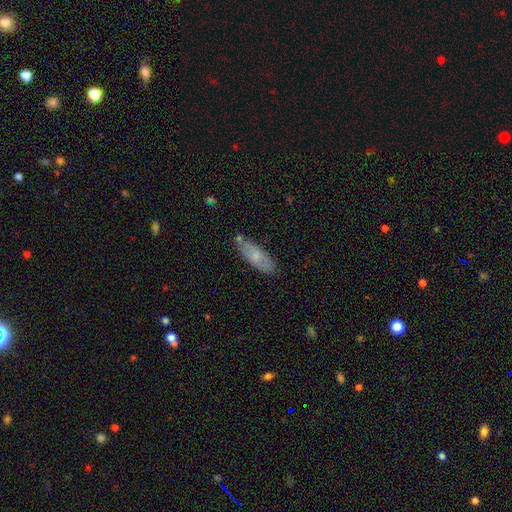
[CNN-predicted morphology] A smooth galaxy with no disk features (71%) that is in between round and cigar-shaped (59%).

Vote fractions:
- Smooth or featured? smooth: 71% / featured or disk: 23% / star or artifact: 6%
- How rounded? in between: 59% / cigar-shaped: 39% / round: 2%
- Merging? none: 73% / minor disturbance: 18% / merger: 5% / major disturbance: 4%